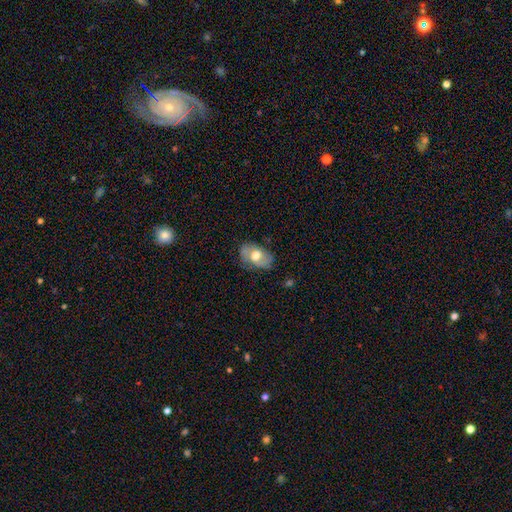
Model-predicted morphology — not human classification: type=smooth (57%); roundness=in between (86%); merging=none (68%).